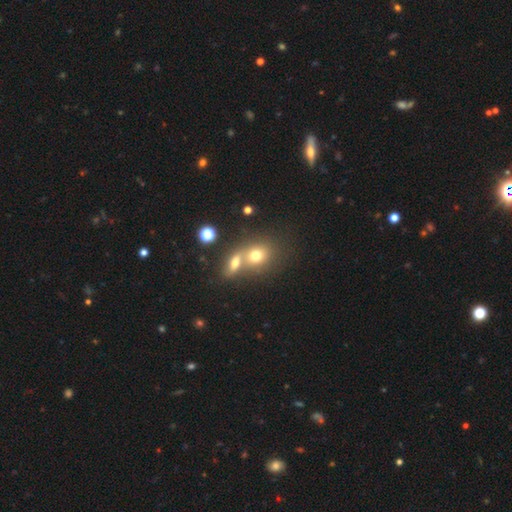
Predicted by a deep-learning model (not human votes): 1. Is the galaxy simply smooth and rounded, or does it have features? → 71% smooth, 15% featured or disk, 13% star or artifact.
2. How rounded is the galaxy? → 57% round, 41% in between, 2% cigar-shaped.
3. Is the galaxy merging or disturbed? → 53% merger, 35% none, 8% minor disturbance, 4% major disturbance.